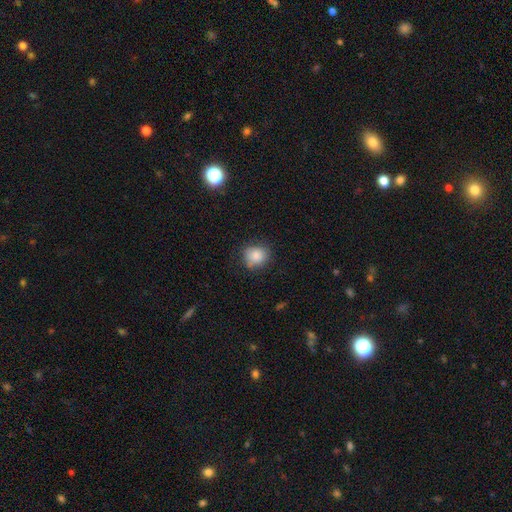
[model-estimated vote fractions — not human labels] smooth-or-featured: smooth: 84% | star or artifact: 9% | featured or disk: 7%
  how-rounded: round: 79% | in between: 20% | cigar-shaped: 1%
  merging: none: 74% | minor disturbance: 19% | major disturbance: 4% | merger: 2%